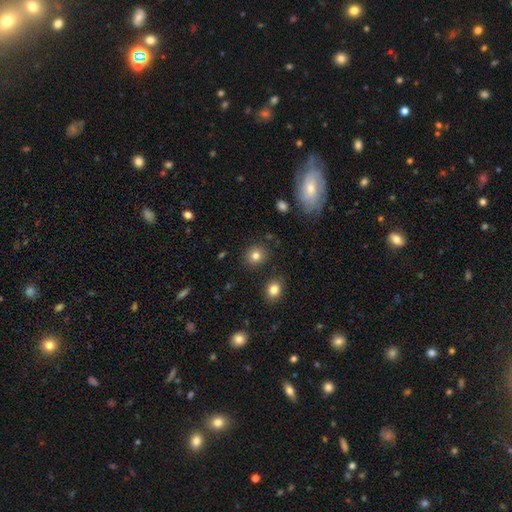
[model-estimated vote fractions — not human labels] Morphology: type=smooth (81%); roundness=round (81%); merging=none (88%).